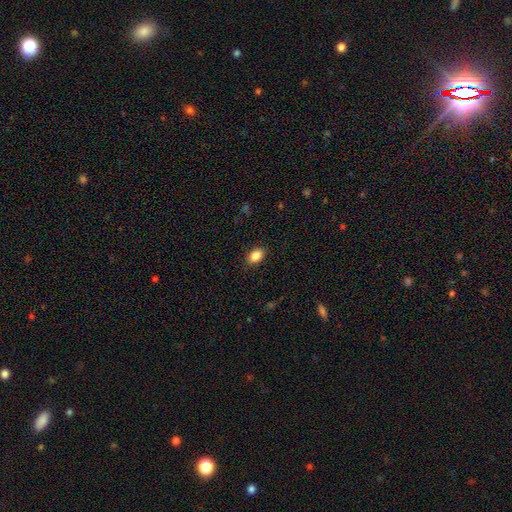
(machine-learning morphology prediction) Smooth or featured: smooth — 87% (star or artifact — 8%)
How rounded: in between — 85% (round — 13%)
Merging: none — 88% (minor disturbance — 9%)